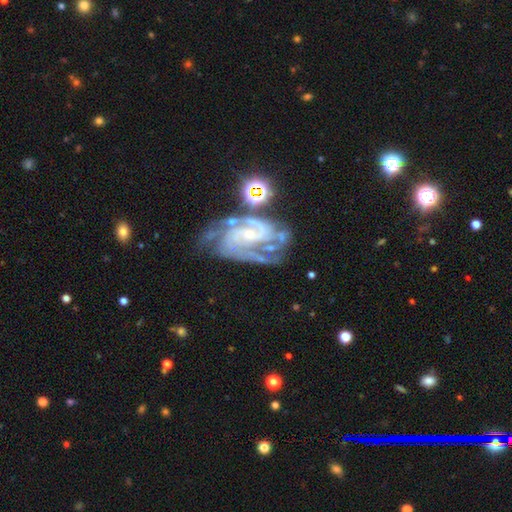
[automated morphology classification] This is clearly a featured or disk galaxy (83%). It is clearly not viewed edge-on (97%). Bar: marginally weak (40%). Spiral arm pattern: clearly yes (95%). Spiral arm count: marginally 2 (41%). Spiral winding: possibly tight (49%). Central bulge: likely small (73%). Merging: possibly none (52%).